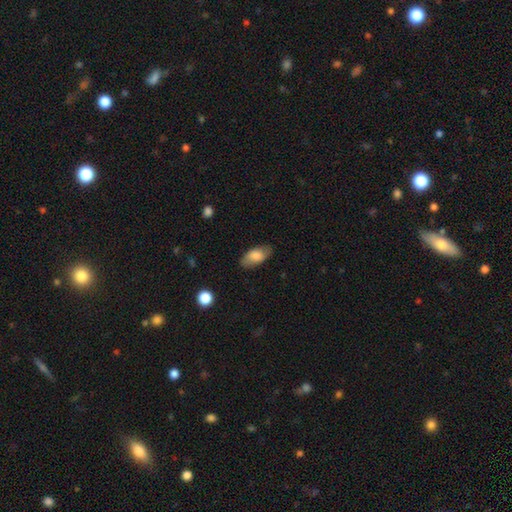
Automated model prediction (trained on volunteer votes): Smooth or featured? Predicted: smooth (p=0.77). How rounded? Predicted: in between (p=0.91). Merging? Predicted: none (p=0.80).